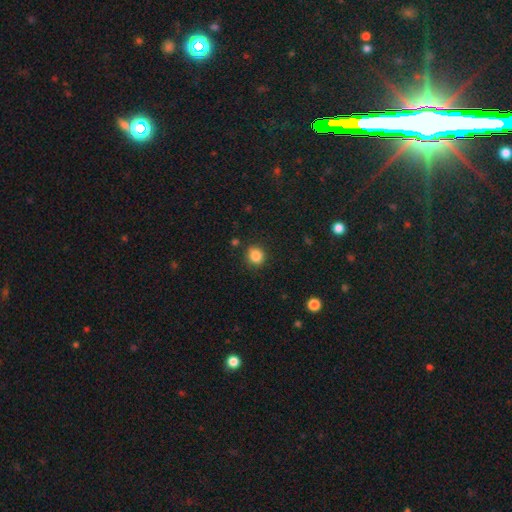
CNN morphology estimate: This is clearly a smooth galaxy (86%). How rounded: likely round (79%). Merging: clearly none (85%).